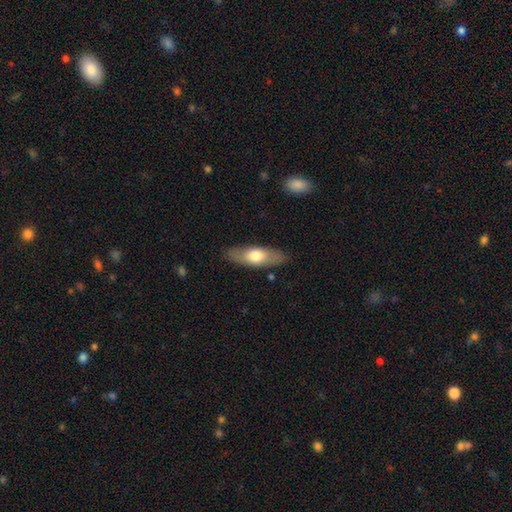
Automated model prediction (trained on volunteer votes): This appears to be a smooth galaxy with no disk features (61%) that is in between round and cigar-shaped (61%). Merging: none (86%).